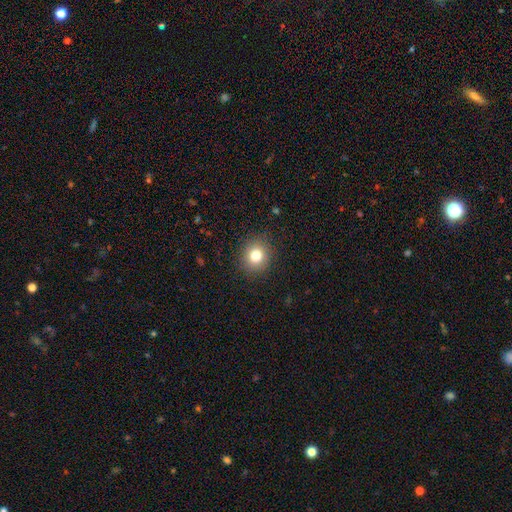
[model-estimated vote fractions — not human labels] Overall: smooth (79%). How rounded: round (82%). Merging: none (89%).